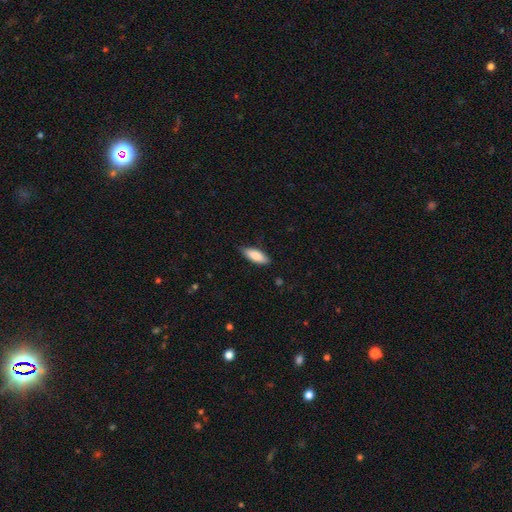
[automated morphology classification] Smooth or featured? Predicted: smooth (p=0.83). How rounded? Predicted: in between (p=0.76). Merging? Predicted: none (p=0.81).